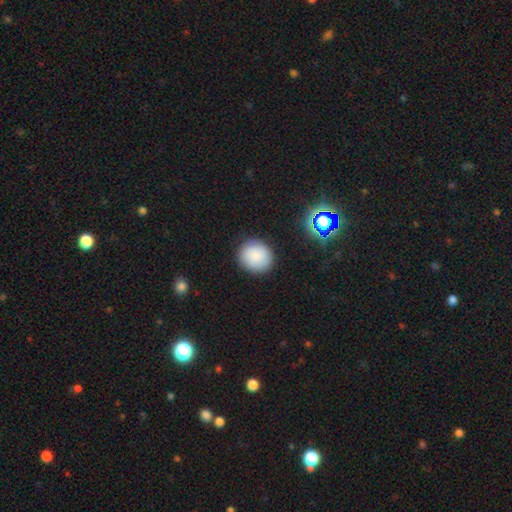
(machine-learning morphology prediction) Smooth or featured?
  - smooth: 85% *
  - star or artifact: 9%
  - featured or disk: 6%
How rounded?
  - round: 86% *
  - in between: 13%
  - cigar-shaped: 1%
Merging?
  - none: 88% *
  - minor disturbance: 8%
  - major disturbance: 2%
  - merger: 1%